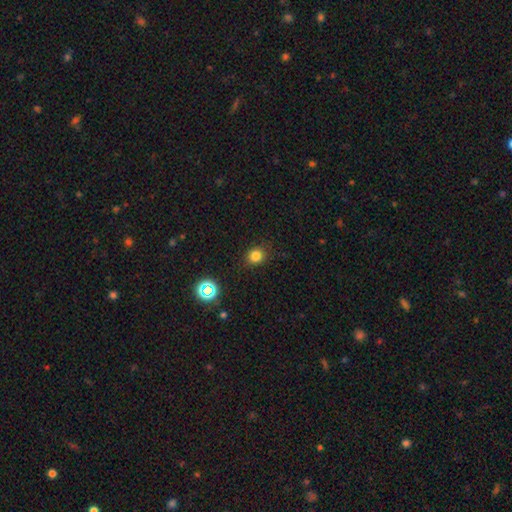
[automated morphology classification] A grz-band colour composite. It shows a smooth galaxy with no disk features (80%) that is round (81%). Merging: none (86%).